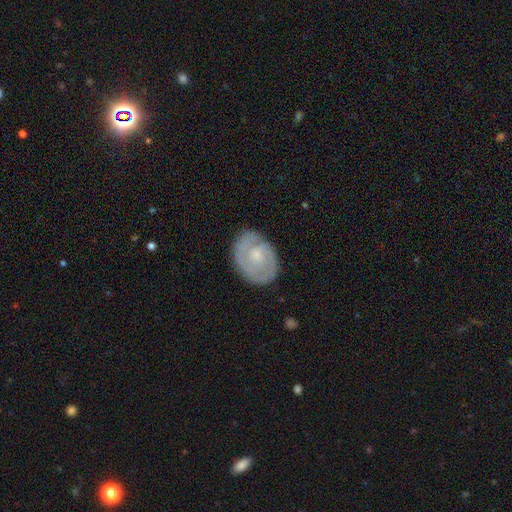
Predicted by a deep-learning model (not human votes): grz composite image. It shows a featured or disk galaxy (67%) with no bar (73%), 2 (48%) tight (67%) spiral arms (80%) and a small central bulge (48%). Merging: none (81%).